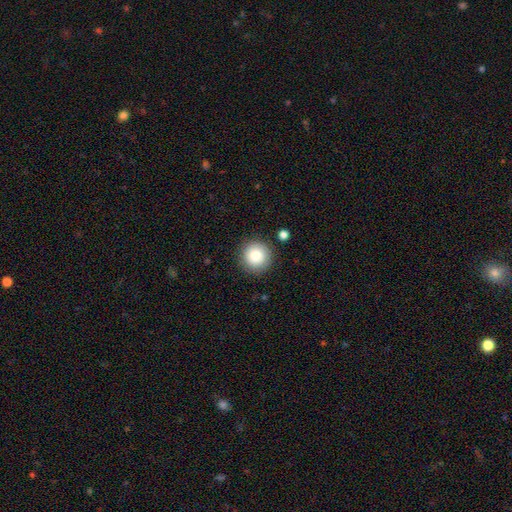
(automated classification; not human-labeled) A smooth galaxy with no disk features (85%) that is round (96%). Merging: none (88%).